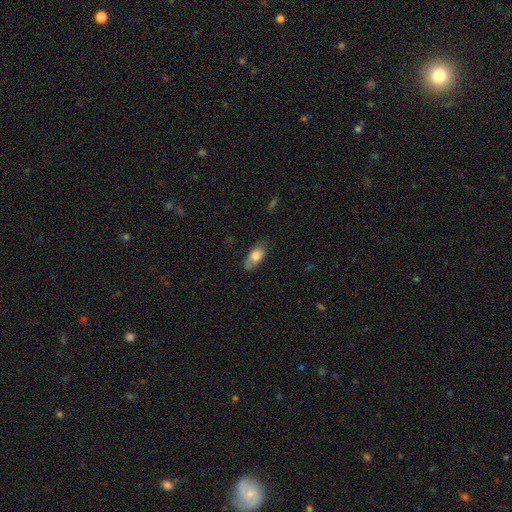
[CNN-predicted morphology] A smooth galaxy with no disk features (70%) that is in between round and cigar-shaped (87%).

Vote fractions:
- Smooth or featured? smooth: 70% / featured or disk: 23% / star or artifact: 7%
- How rounded? in between: 87% / cigar-shaped: 9% / round: 4%
- Merging? none: 65% / minor disturbance: 25% / major disturbance: 8% / merger: 2%